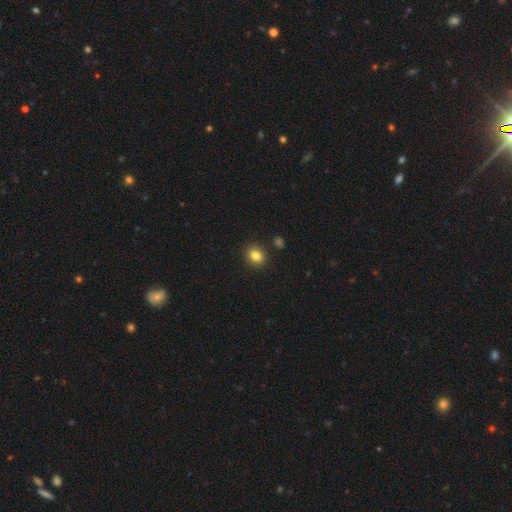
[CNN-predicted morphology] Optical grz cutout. It shows a smooth galaxy with no disk features (83%) that is round (63%). Merging: none (88%).